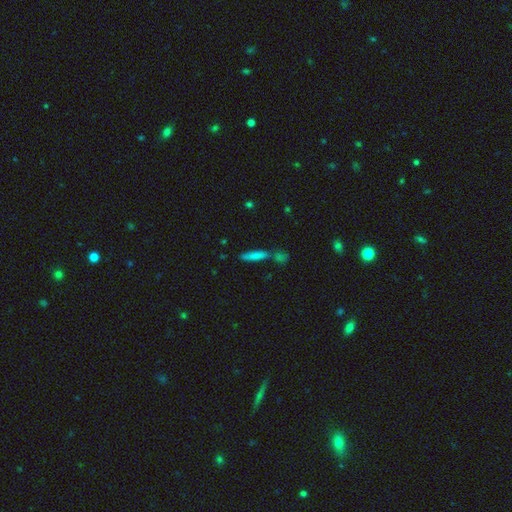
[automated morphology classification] A smooth galaxy with no disk features (76%) that is cigar-shaped (81%). Merging: none (63%).